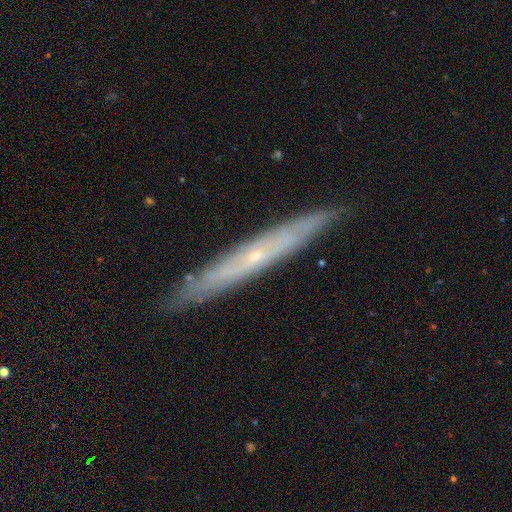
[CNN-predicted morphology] smooth_or_featured: featured or disk (p=0.70) [alt: smooth p=0.23]
disk_edge_on: yes (p=0.83) [alt: no p=0.17]
edge_on_bulge: none (p=0.50) [alt: rounded p=0.48]
merging: none (p=0.88) [alt: minor disturbance p=0.10]